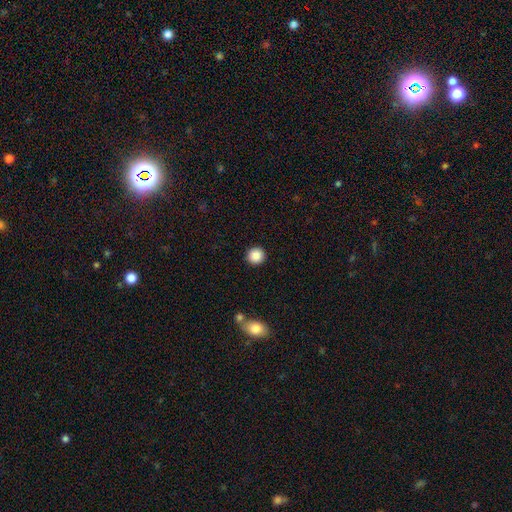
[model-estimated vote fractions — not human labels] Q: Smooth or featured?
A: smooth (88%); runner-up: star or artifact (9%)
Q: How rounded?
A: round (94%); runner-up: in between (5%)
Q: Merging?
A: none (92%); runner-up: minor disturbance (5%)